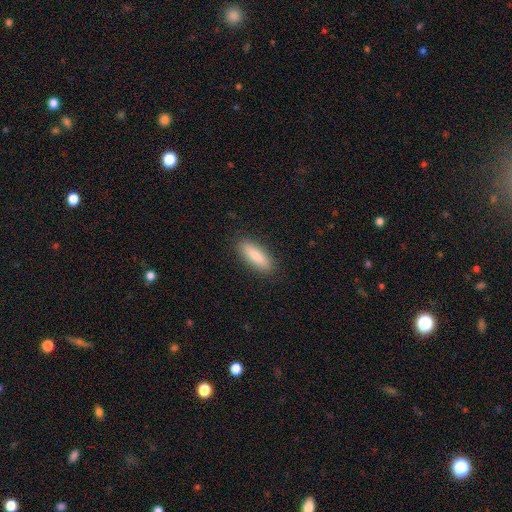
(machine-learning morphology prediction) A smooth galaxy with no disk features (85%) that is in between round and cigar-shaped (55%). Merging: none (88%).